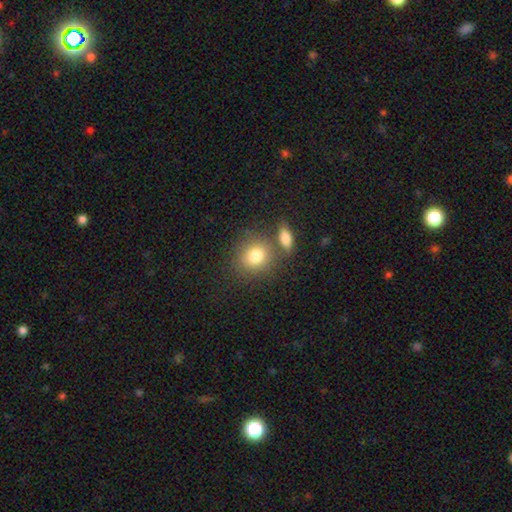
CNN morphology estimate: Q: Smooth or featured?
A: smooth (82%); runner-up: featured or disk (9%)
Q: How rounded?
A: round (72%); runner-up: in between (27%)
Q: Merging?
A: none (64%); runner-up: merger (21%)